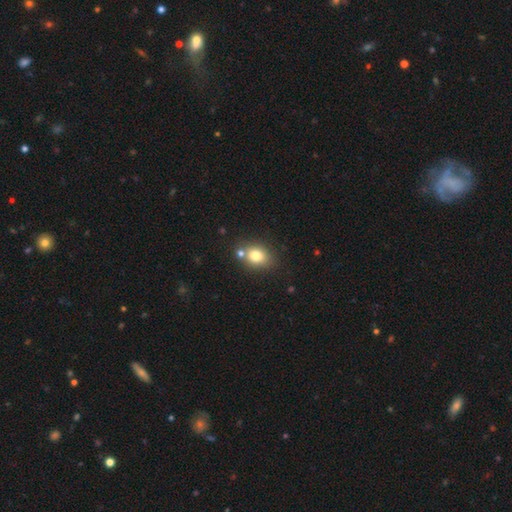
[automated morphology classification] smooth_or_featured: smooth (p=0.78) [alt: star or artifact p=0.12]
how_rounded: in between (p=0.51) [alt: round p=0.48]
merging: none (p=0.67) [alt: merger p=0.17]